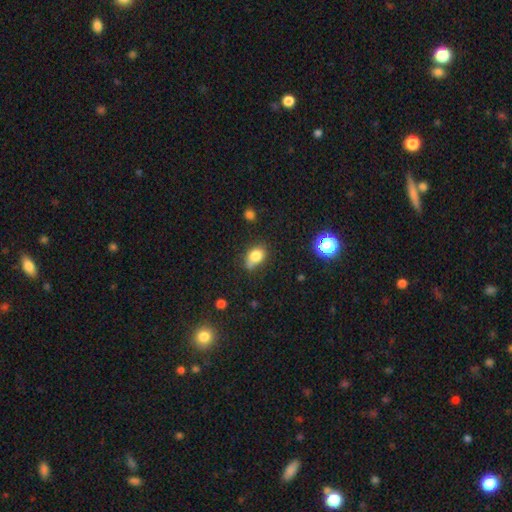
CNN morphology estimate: smooth 79%, star or artifact 12%, featured or disk 9%. Down the decision tree: how rounded — in between (62%); merging — none (49%).